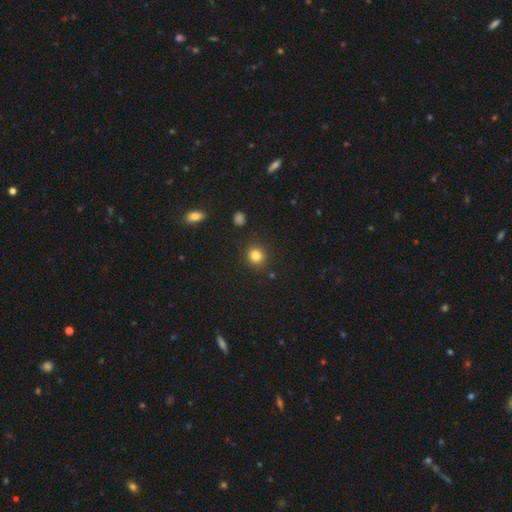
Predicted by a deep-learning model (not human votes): Smooth or featured: smooth — 83% (star or artifact — 12%)
How rounded: round — 88% (in between — 11%)
Merging: none — 89% (minor disturbance — 7%)